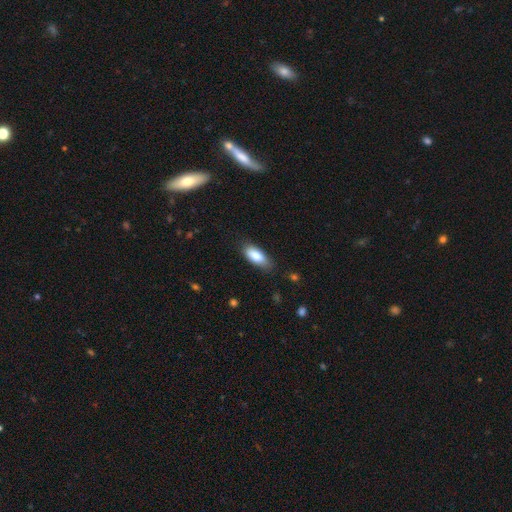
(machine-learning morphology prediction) The model was most divided on "merging": none: 77%, minor disturbance: 18%, major disturbance: 4%, merger: 1%. More confident: smooth or featured — smooth (84%); how rounded — in between (81%).